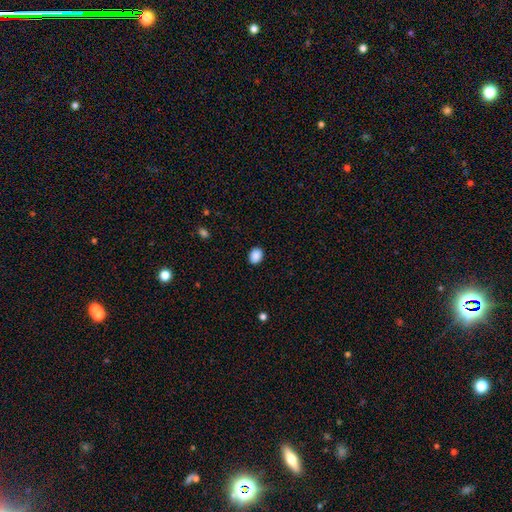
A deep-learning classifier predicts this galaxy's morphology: Smooth or featured? Predicted: smooth (p=0.89). How rounded? Predicted: in between (p=0.56). Merging? Predicted: none (p=0.90).